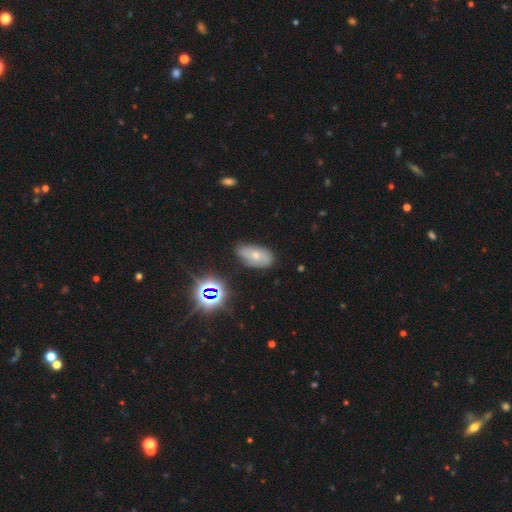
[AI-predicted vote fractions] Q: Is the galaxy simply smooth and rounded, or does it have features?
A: smooth — 51%.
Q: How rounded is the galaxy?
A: in between — 91%.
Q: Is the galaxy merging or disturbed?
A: none — 65%.